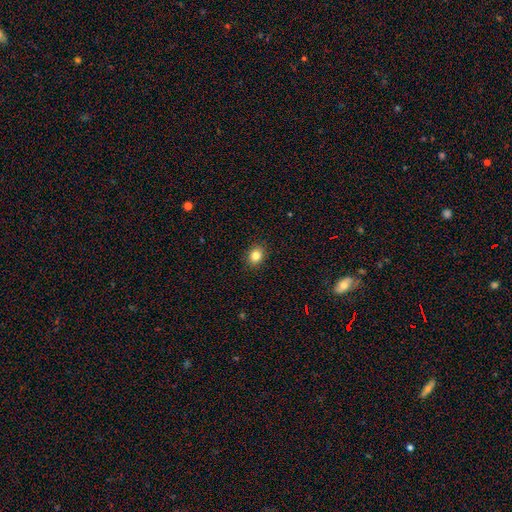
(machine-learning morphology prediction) A smooth galaxy with no disk features (83%) that is round (57%). Merging: none (90%).